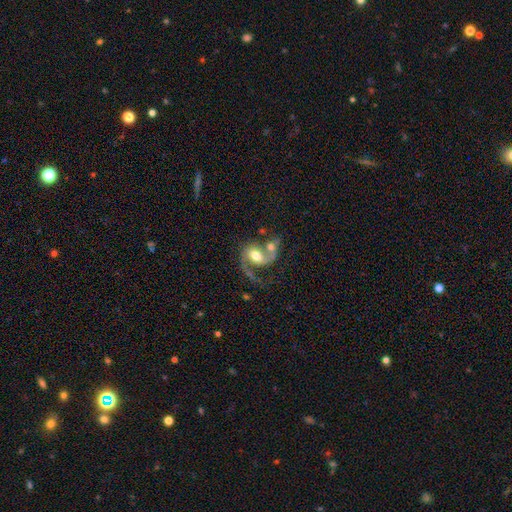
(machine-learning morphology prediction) Smooth or featured?
  - featured or disk: 75% *
  - smooth: 18%
  - star or artifact: 7%
Edge-on disk?
  - no: 97% *
  - yes: 3%
Bar?
  - no: 44% *
  - weak: 40%
  - strong: 15%
Spiral arms?
  - yes: 92% *
  - no: 8%
Spiral winding?
  - loose: 47% *
  - medium: 42%
  - tight: 12%
Spiral arm count?
  - 2: 53% *
  - 1: 41%
  - can't tell: 4%
  - 3: 1%
  - 4: 1%
  - more than 4: 1%
Bulge size?
  - moderate: 58% *
  - large: 25%
  - small: 11%
  - none: 3%
  - dominant: 3%
Merging?
  - merger: 40% *
  - none: 27%
  - major disturbance: 21%
  - minor disturbance: 12%